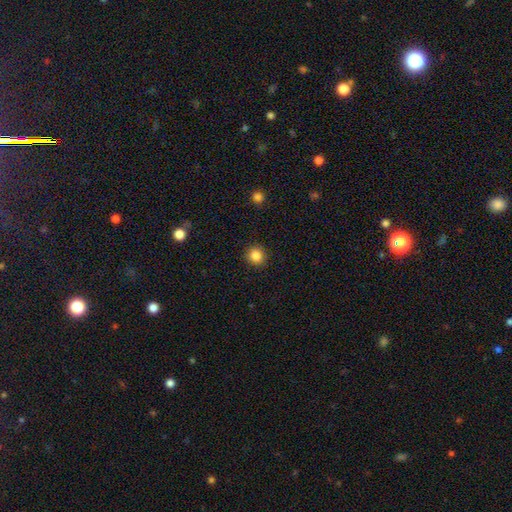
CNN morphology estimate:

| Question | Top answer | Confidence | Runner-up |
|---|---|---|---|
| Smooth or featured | smooth | 86% | star or artifact (11%) |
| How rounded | round | 90% | in between (9%) |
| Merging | none | 91% | minor disturbance (6%) |